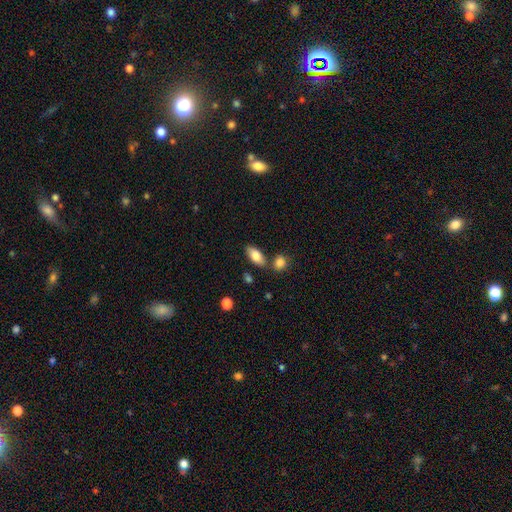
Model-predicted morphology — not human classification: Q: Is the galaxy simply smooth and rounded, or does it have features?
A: smooth — 82%.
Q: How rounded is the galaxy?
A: in between — 88%.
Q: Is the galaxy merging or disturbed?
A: none — 75%.